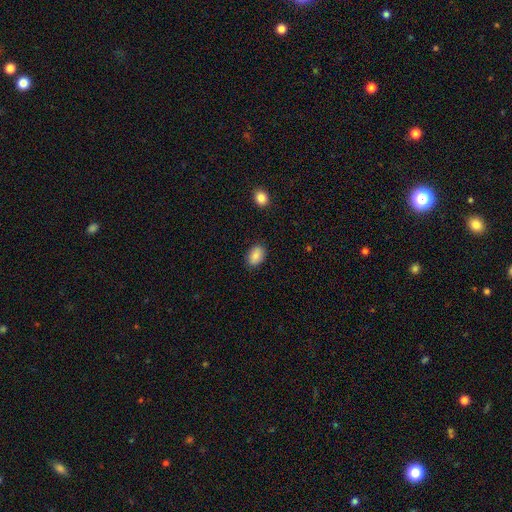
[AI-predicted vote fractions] smooth 88%, star or artifact 8%, featured or disk 5%. Down the decision tree: how rounded — in between (87%); merging — none (86%).